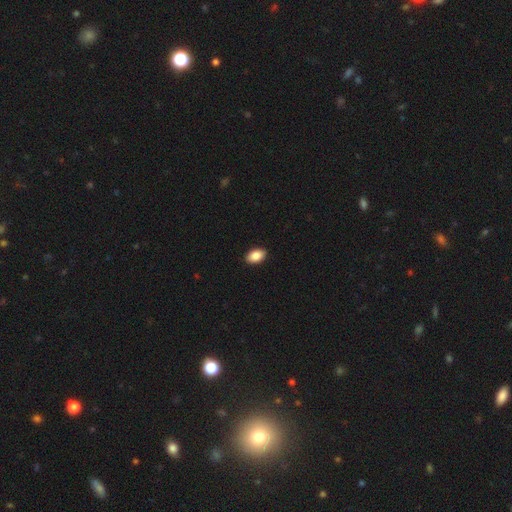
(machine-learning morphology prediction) type=smooth (89%); roundness=in between (93%); merging=none (91%).